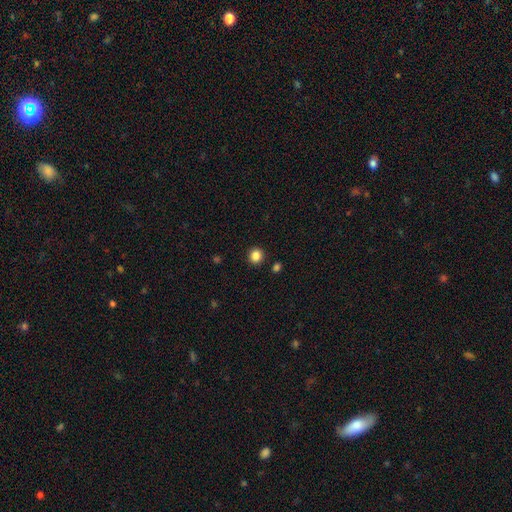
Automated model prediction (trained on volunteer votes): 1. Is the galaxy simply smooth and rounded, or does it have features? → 85% smooth, 11% star or artifact, 4% featured or disk.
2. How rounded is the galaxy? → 87% round, 13% in between, 1% cigar-shaped.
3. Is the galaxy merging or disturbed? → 90% none, 6% minor disturbance, 2% merger, 2% major disturbance.